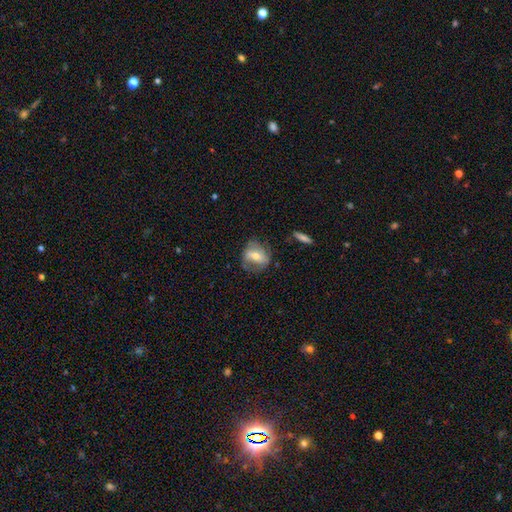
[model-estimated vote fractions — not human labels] Smooth or featured: smooth — 50% (featured or disk — 43%)
Merging: none — 62% (minor disturbance — 24%)